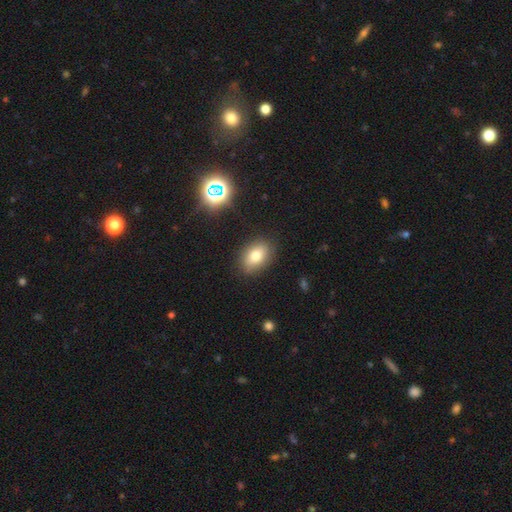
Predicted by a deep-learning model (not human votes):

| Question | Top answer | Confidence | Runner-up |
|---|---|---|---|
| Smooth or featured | smooth | 77% | featured or disk (11%) |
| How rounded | in between | 82% | round (16%) |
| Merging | none | 85% | minor disturbance (11%) |